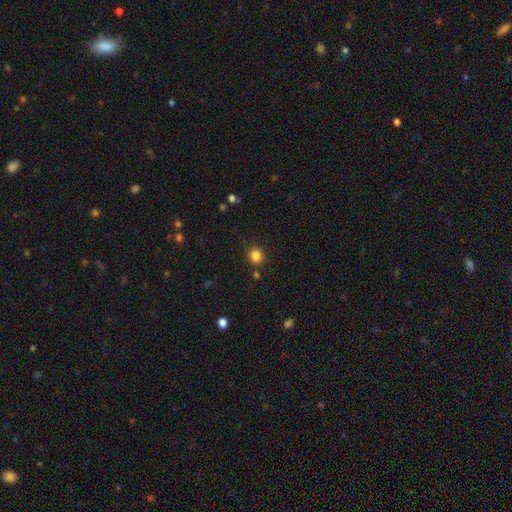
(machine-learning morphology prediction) Q: Smooth or featured?
A: smooth (84%); runner-up: star or artifact (12%)
Q: How rounded?
A: round (75%); runner-up: in between (25%)
Q: Merging?
A: none (83%); runner-up: minor disturbance (10%)